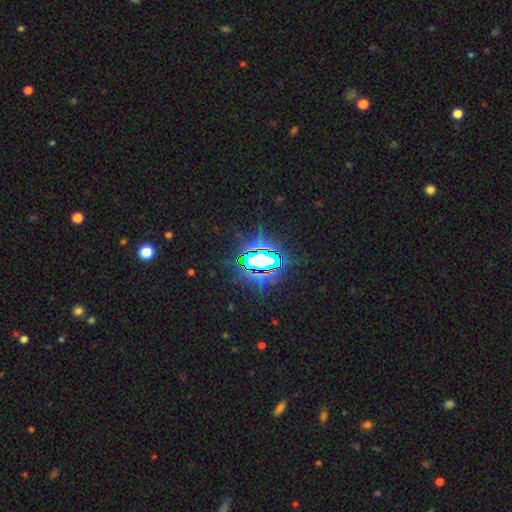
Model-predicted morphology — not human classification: Smooth or featured?
  - star or artifact: 77% *
  - smooth: 12%
  - featured or disk: 11%